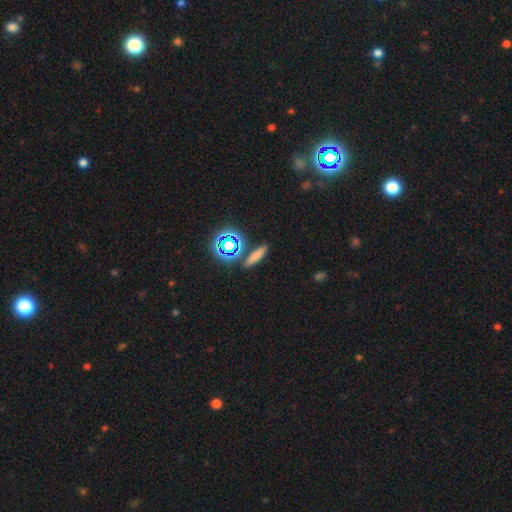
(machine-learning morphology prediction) A smooth galaxy with no disk features (64%) that is cigar-shaped (66%). Merging: none (84%).